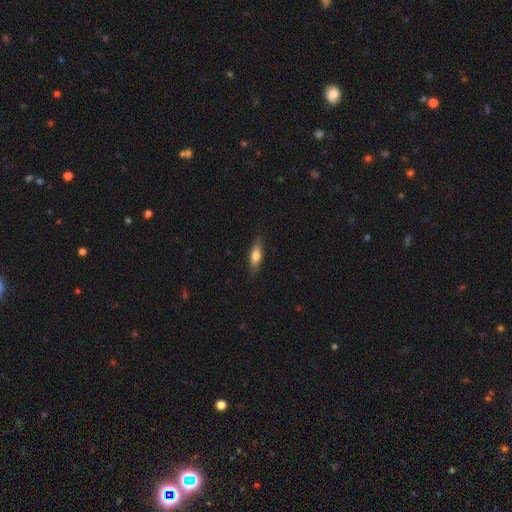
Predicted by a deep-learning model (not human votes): The model was most divided on "how rounded": in between: 54%, cigar-shaped: 43%, round: 3%. More confident: merging — none (85%); smooth or featured — smooth (71%).